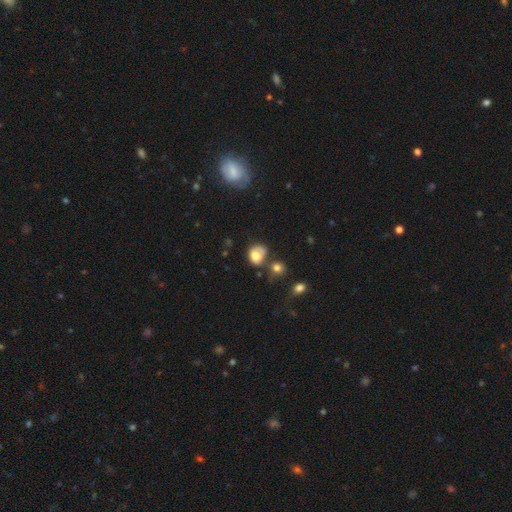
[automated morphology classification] Overall: smooth (72%). How rounded: round (52%; in between 47%). Merging: none (40%; minor disturbance 25%).